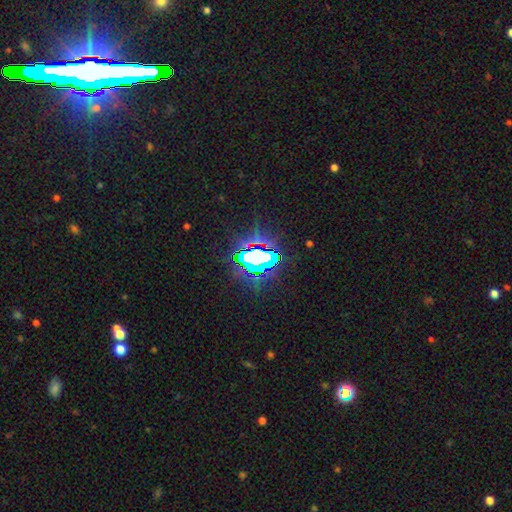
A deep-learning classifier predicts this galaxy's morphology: This is likely a star or artifact rather than a galaxy (70%).